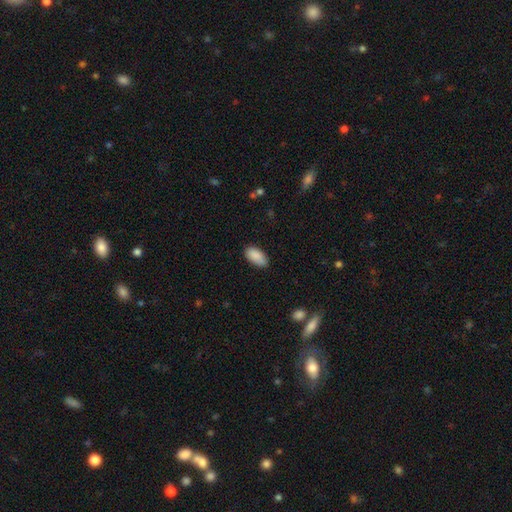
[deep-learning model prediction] Overall: smooth (89%). How rounded: in between (94%). Merging: none (80%).